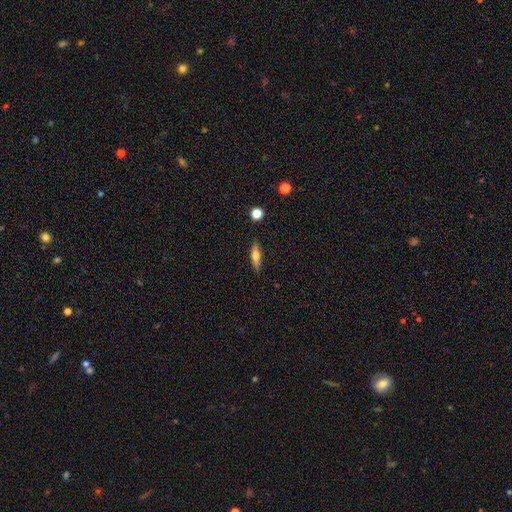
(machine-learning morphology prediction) This is possibly a smooth galaxy (52%). How rounded: likely cigar-shaped (65%). Merging: clearly none (87%).